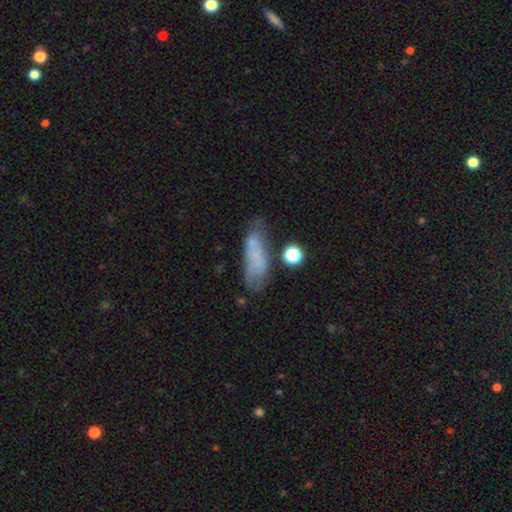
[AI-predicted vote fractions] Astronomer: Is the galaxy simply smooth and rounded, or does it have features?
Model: smooth — 60%.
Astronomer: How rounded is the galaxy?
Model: in between — 56% (runner-up: cigar-shaped, 40%).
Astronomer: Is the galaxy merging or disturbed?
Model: none — 46% (runner-up: minor disturbance, 27%).